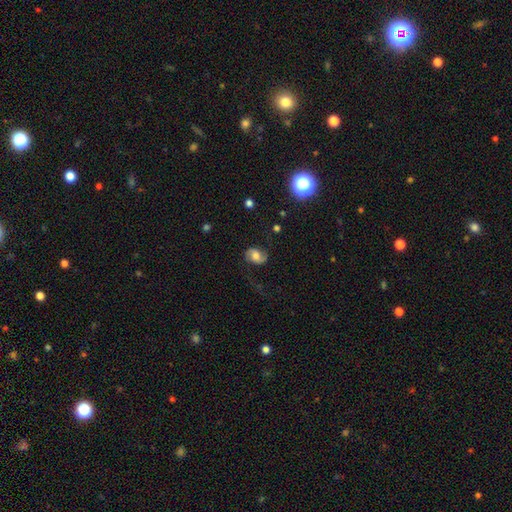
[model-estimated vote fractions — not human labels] A featured or disk galaxy (62%) with no bar (57%), 2 (88%) medium (42%, tied with loose) spiral arms (91%) and a moderate central bulge (60%).

Vote fractions:
- Smooth or featured? featured or disk: 62% / smooth: 29% / star or artifact: 9%
- Edge-on disk? no: 97% / yes: 3%
- Bar? no: 57% / weak: 33% / strong: 10%
- Spiral arms? yes: 91% / no: 9%
- Spiral winding? medium: 42% (tied) / loose: 42% (tied) / tight: 16%
- Spiral arm count? 2: 88% / can't tell: 5% / 1: 4% / 3: 1% / 4: 1% / more than 4: 1%
- Bulge size? moderate: 60% / large: 20% / small: 14% / none: 3% / dominant: 3%
- Merging? none: 70% / minor disturbance: 17% / major disturbance: 11% / merger: 2%